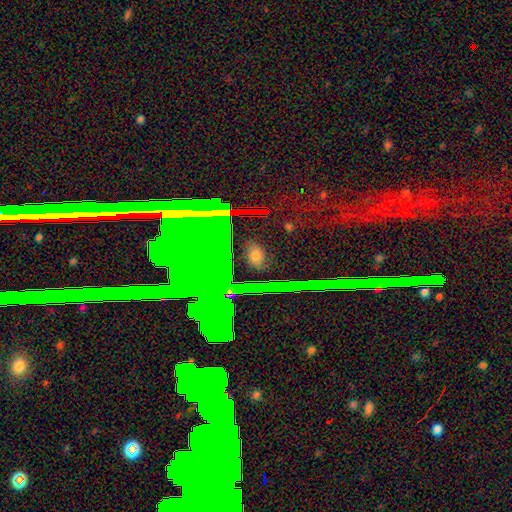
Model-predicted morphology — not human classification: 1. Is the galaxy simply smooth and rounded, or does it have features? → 52% star or artifact, 37% smooth, 11% featured or disk.